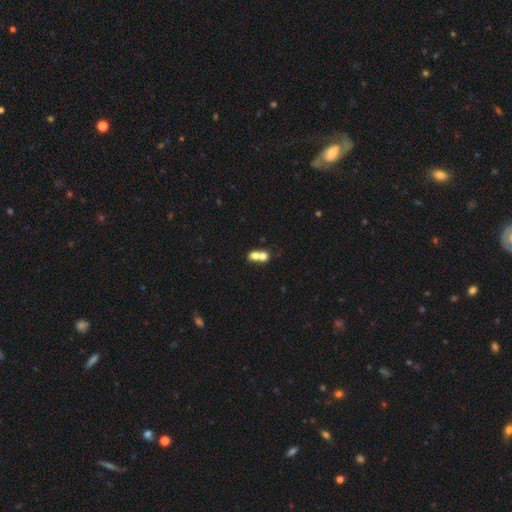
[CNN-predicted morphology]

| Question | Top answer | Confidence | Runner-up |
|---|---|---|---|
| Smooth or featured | smooth | 69% | featured or disk (21%) |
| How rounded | round | 49% | in between (48%) |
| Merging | merger | 72% | none (20%) |